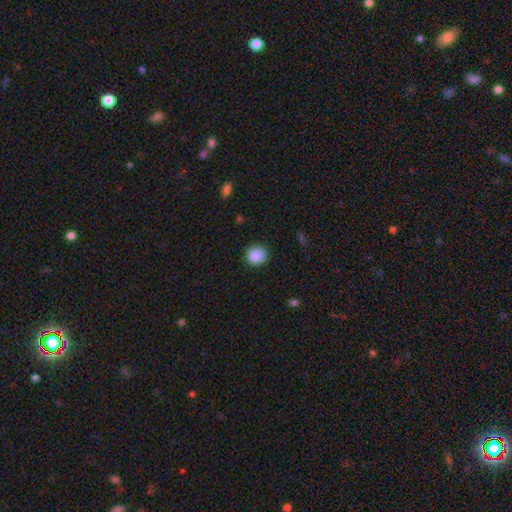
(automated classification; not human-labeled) smooth 89%, star or artifact 8%, featured or disk 3%. Down the decision tree: how rounded — round (91%); merging — none (88%).